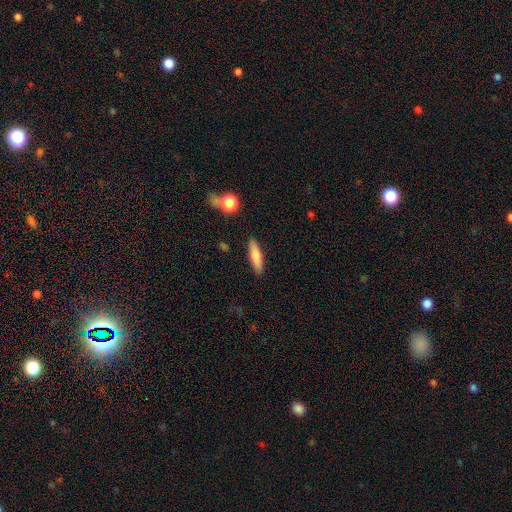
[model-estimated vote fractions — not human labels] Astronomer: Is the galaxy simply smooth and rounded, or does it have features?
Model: smooth — 76%.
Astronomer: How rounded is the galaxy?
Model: cigar-shaped — 74%.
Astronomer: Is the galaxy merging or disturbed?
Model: none — 87%.